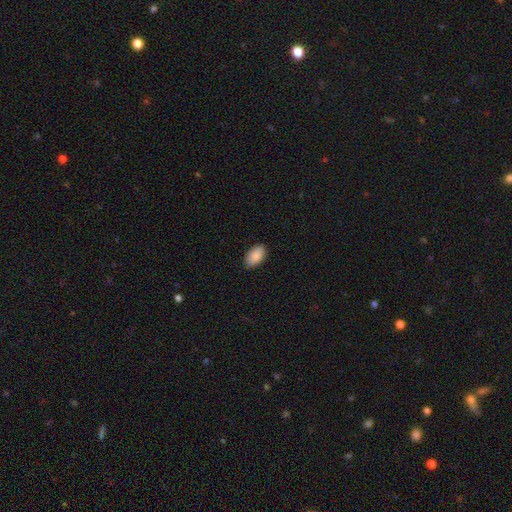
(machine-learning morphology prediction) Smooth or featured? smooth (89%)
How rounded? in between (95%)
Merging? none (87%)